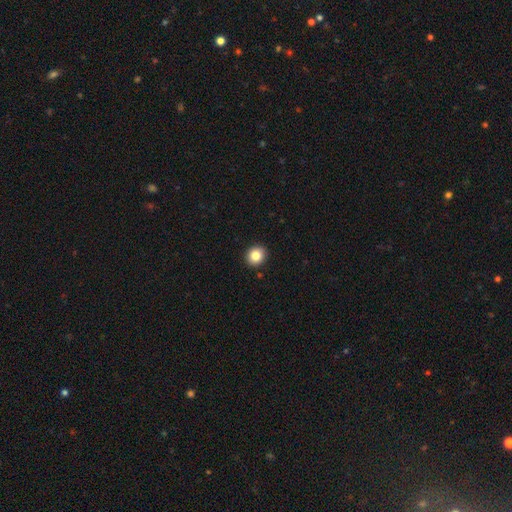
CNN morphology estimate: Smooth or featured? smooth (84%)
How rounded? round (77%)
Merging? none (92%)